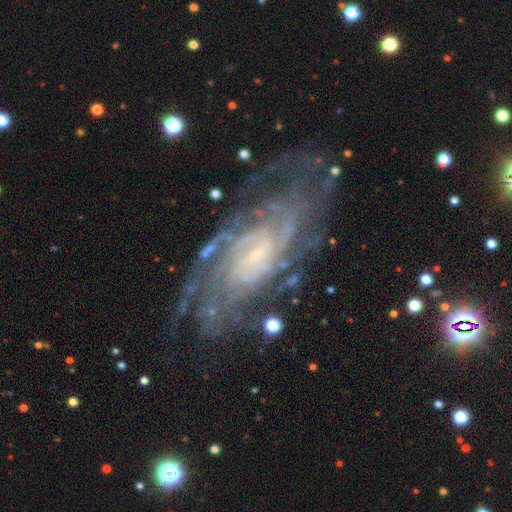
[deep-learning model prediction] featured or disk 88%, star or artifact 7%, smooth 5%. Down the decision tree: edge-on disk — no (95%); bar — no (54%); spiral arms — yes (97%); spiral arm count — can't tell (32%); spiral winding — tight (68%); bulge size — small (72%); merging — none (73%).